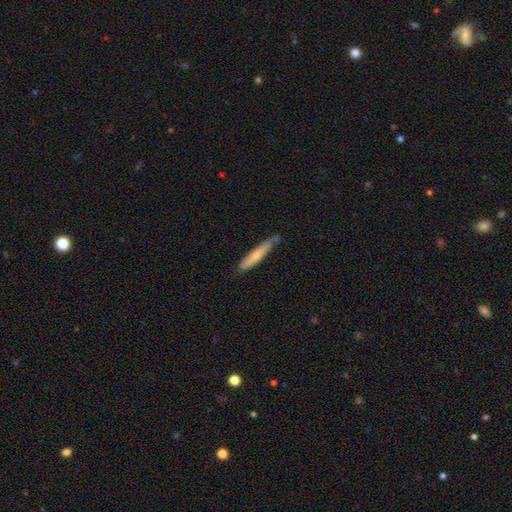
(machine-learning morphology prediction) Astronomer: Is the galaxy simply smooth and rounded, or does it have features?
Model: smooth — 64%.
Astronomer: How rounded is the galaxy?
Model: cigar-shaped — 91%.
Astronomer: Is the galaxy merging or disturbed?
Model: none — 70%.